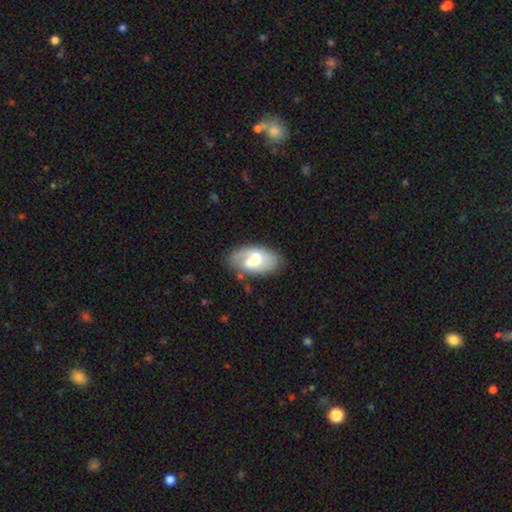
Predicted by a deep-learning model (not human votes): Smooth or featured? featured or disk (53%)
Edge-on disk? no (95%)
Bar? weak (51%)
Spiral arms? yes (72%)
Bulge size? moderate (45%)
Merging? none (65%)